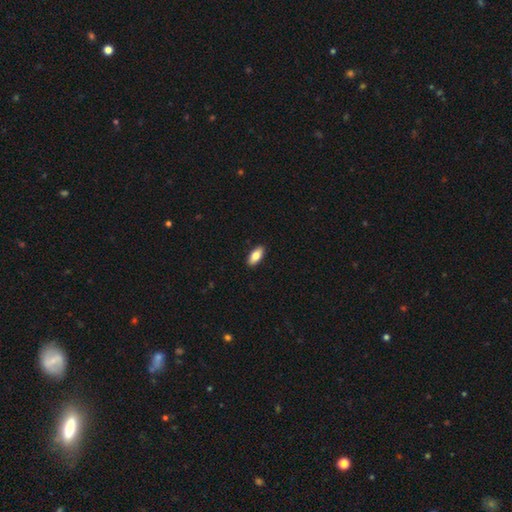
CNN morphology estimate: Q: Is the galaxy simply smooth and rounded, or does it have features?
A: smooth — 81%.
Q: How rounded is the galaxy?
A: in between — 87%.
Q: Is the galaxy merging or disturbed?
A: none — 90%.